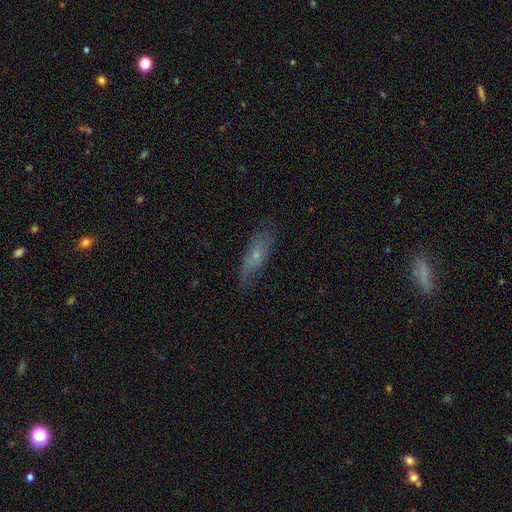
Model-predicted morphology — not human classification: smooth_or_featured: smooth (p=0.53) [alt: featured or disk p=0.39]
how_rounded: cigar-shaped (p=0.51) [alt: in between p=0.47]
merging: none (p=0.73) [alt: minor disturbance p=0.20]